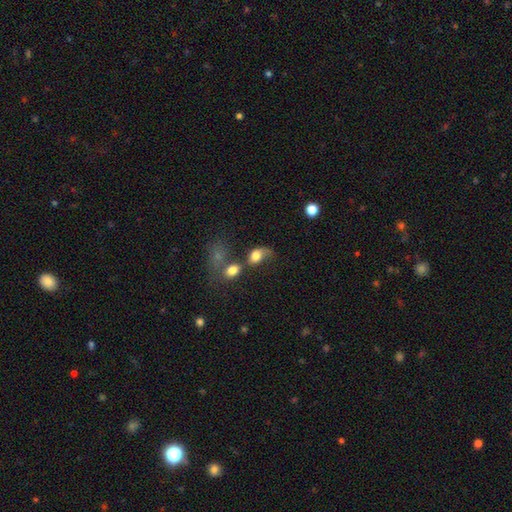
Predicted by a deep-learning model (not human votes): Smooth or featured?
  - smooth: 71% *
  - featured or disk: 19%
  - star or artifact: 10%
How rounded?
  - in between: 73% *
  - round: 25%
  - cigar-shaped: 2%
Merging?
  - major disturbance: 29% *
  - merger: 28%
  - none: 24%
  - minor disturbance: 19%